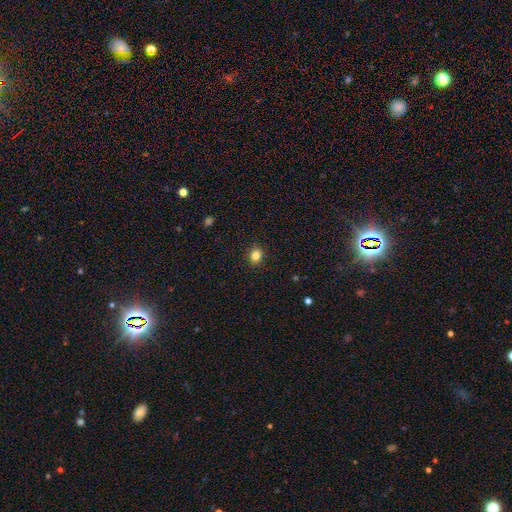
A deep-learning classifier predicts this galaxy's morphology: Smooth or featured? smooth (83%)
How rounded? round (66%)
Merging? none (90%)